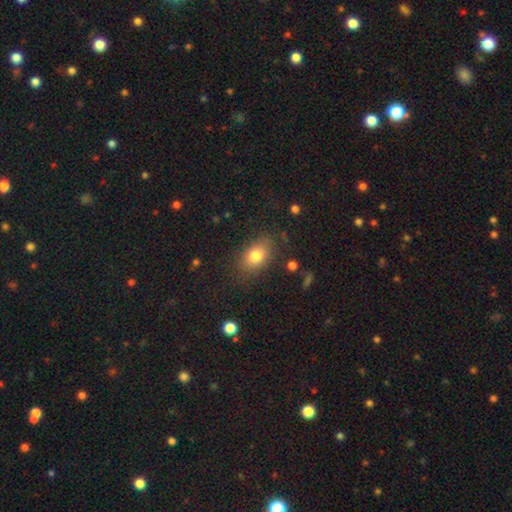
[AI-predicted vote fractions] A smooth galaxy with no disk features (78%) that is in between round and cigar-shaped (79%). Merging: none (80%).